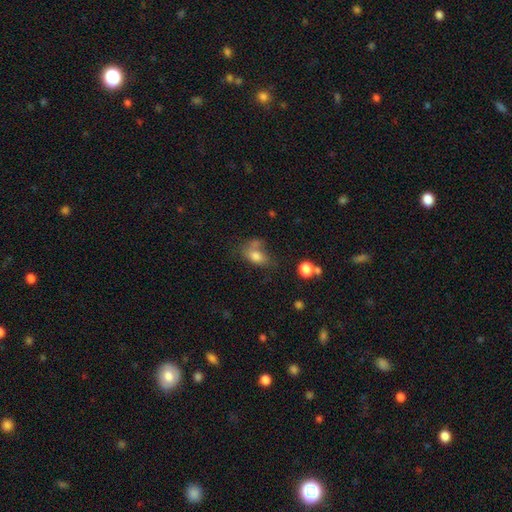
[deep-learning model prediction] Morphology: type=smooth (76%); roundness=in between (82%); merging=none (39%).